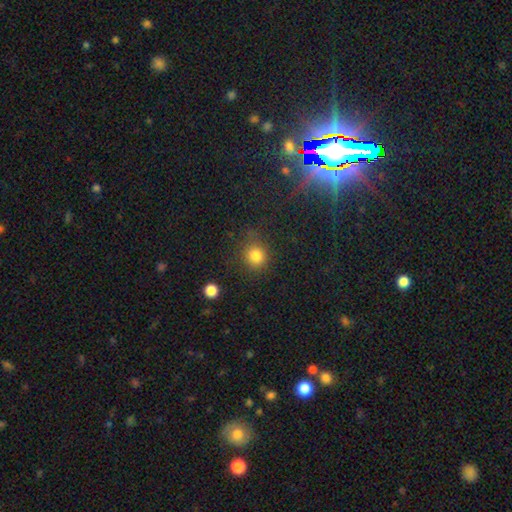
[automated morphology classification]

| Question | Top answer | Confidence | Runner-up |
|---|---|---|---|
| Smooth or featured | smooth | 81% | star or artifact (13%) |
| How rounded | round | 85% | in between (14%) |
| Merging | none | 78% | minor disturbance (13%) |